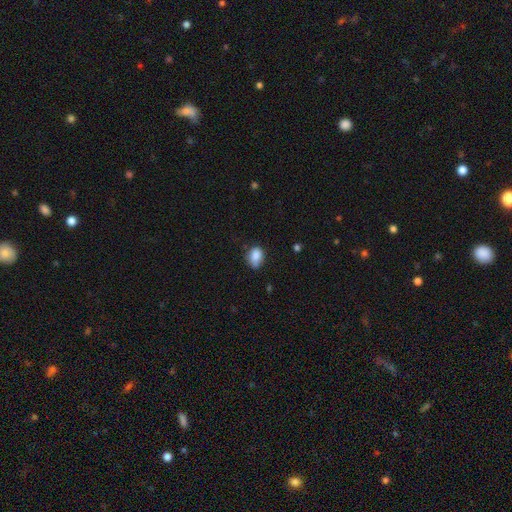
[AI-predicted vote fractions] A smooth galaxy with no disk features (83%) that is in between round and cigar-shaped (60%). Merging: none (54%).